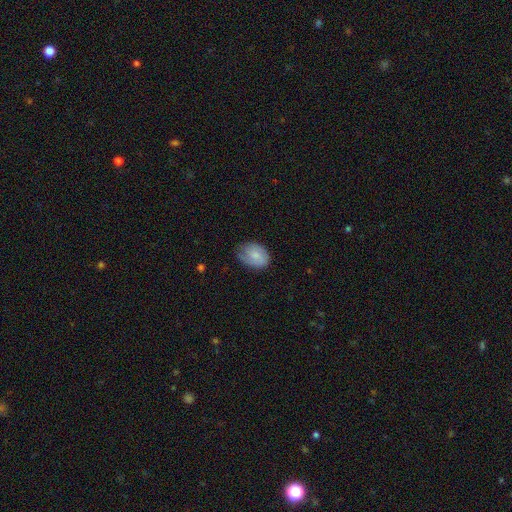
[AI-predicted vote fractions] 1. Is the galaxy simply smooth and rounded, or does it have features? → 73% smooth, 21% featured or disk, 7% star or artifact.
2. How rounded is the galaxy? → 74% in between, 25% round, 1% cigar-shaped.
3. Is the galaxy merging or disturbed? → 60% none, 31% minor disturbance, 8% major disturbance, 1% merger.